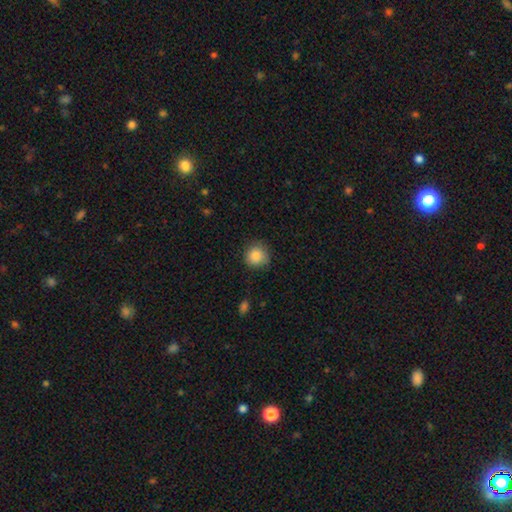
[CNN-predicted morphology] This is clearly a smooth galaxy (87%). How rounded: clearly round (91%). Merging: clearly none (82%).